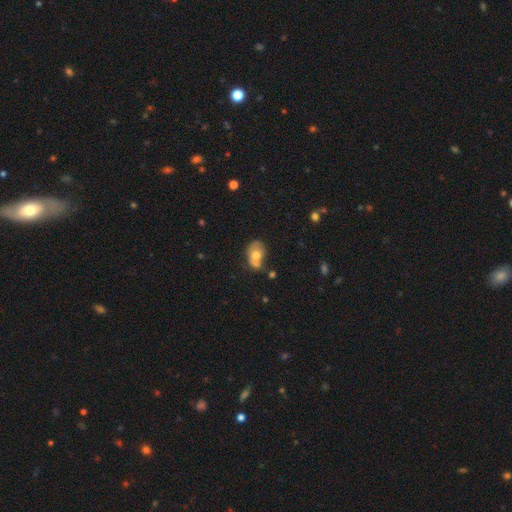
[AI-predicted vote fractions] Smooth or featured: smooth — 66% (featured or disk — 25%)
How rounded: in between — 74% (round — 24%)
Merging: merger — 34% (none — 30%)